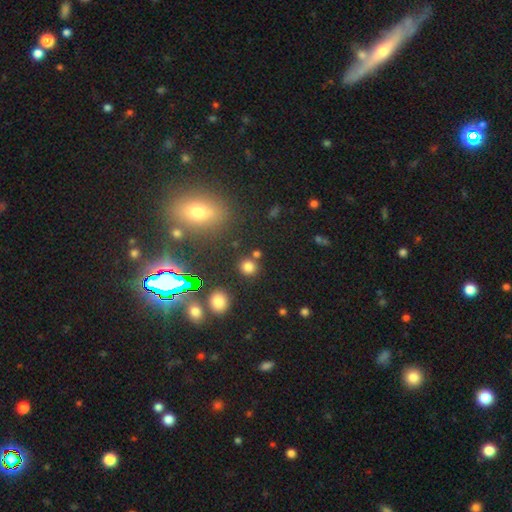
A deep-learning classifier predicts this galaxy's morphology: type=smooth (47%); merging=none (82%).